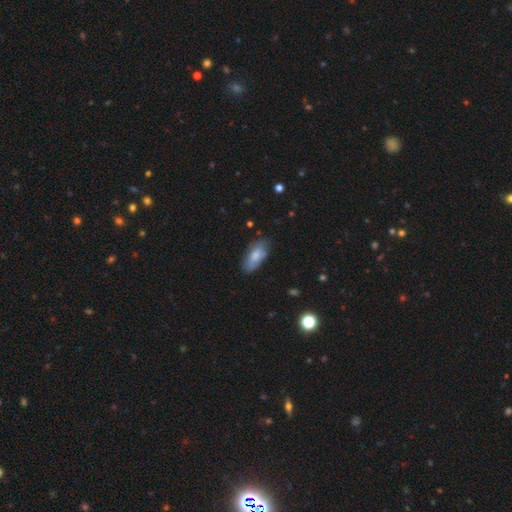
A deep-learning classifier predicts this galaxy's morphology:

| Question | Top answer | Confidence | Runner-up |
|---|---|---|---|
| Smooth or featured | smooth | 76% | featured or disk (18%) |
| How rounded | in between | 87% | cigar-shaped (11%) |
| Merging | none | 66% | minor disturbance (26%) |